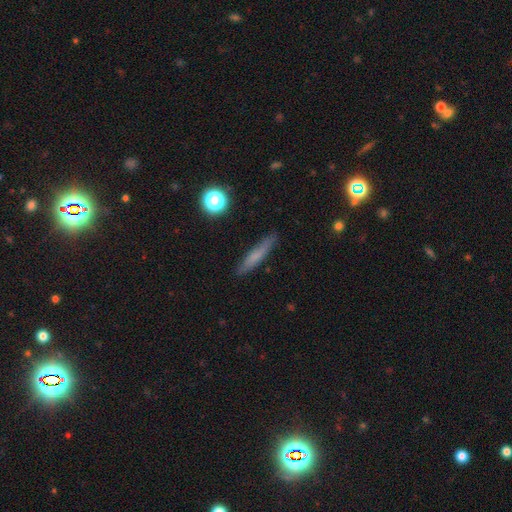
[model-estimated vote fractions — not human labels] Overall: smooth (65%; featured or disk 26%). How rounded: cigar-shaped (89%). Merging: none (86%).